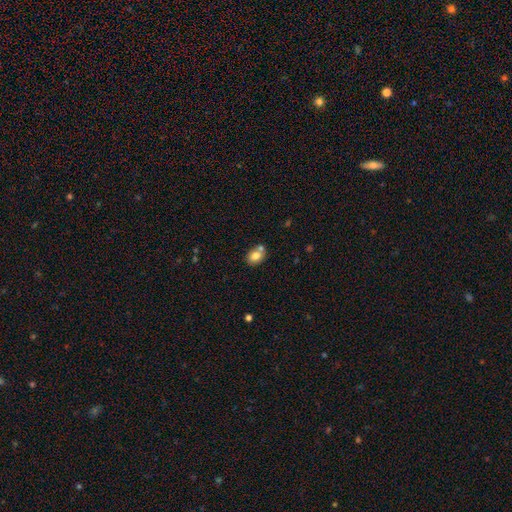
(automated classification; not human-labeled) Overall: smooth (78%). How rounded: in between (54%; round 45%). Merging: none (57%; merger 27%).